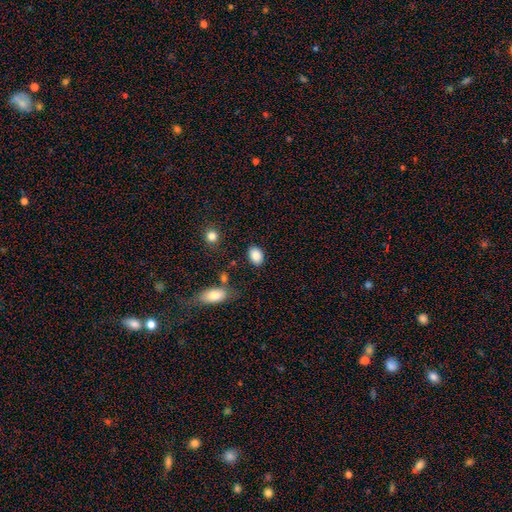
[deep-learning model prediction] The model was most divided on "how rounded": in between: 74%, round: 25%, cigar-shaped: 1%. More confident: smooth or featured — smooth (87%); merging — none (83%).